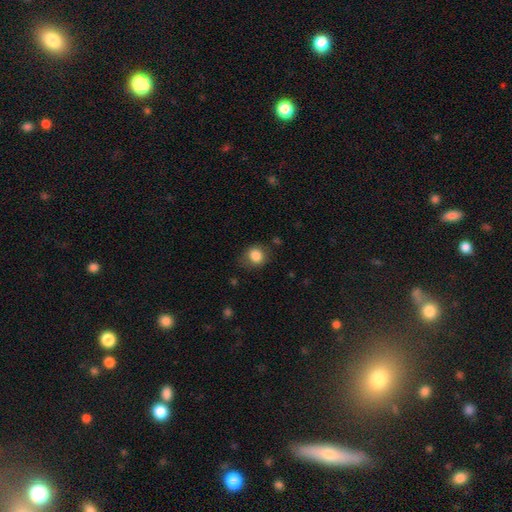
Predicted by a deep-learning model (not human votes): Smooth or featured: smooth — 85% (star or artifact — 9%)
How rounded: round — 69% (in between — 30%)
Merging: none — 72% (minor disturbance — 20%)